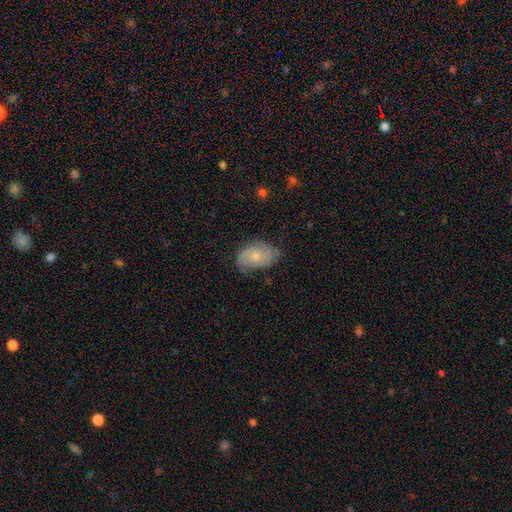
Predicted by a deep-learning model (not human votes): This appears to be a smooth galaxy with no disk features (53%) that is in between round and cigar-shaped (86%). Merging: none (59%).